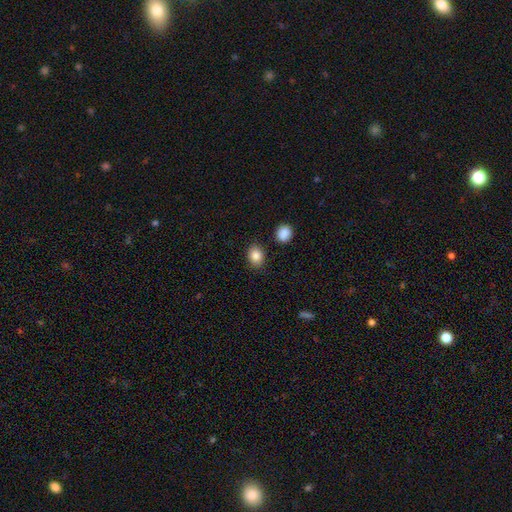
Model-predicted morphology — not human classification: A smooth galaxy with no disk features (85%) that is in between round and cigar-shaped (55%). Merging: none (85%).